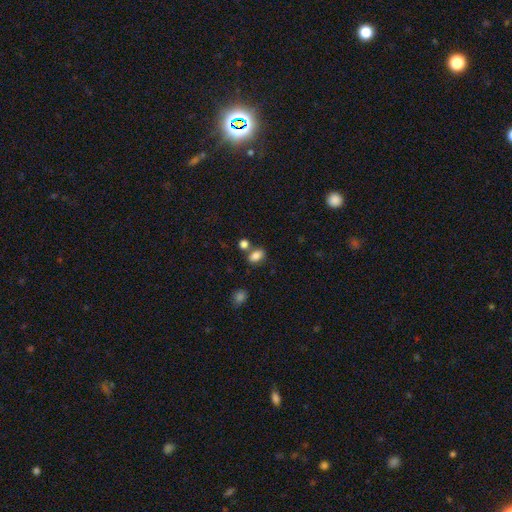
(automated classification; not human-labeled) This appears to be a smooth galaxy with no disk features (84%) that is in between round and cigar-shaped (82%). Merging: none (63%).